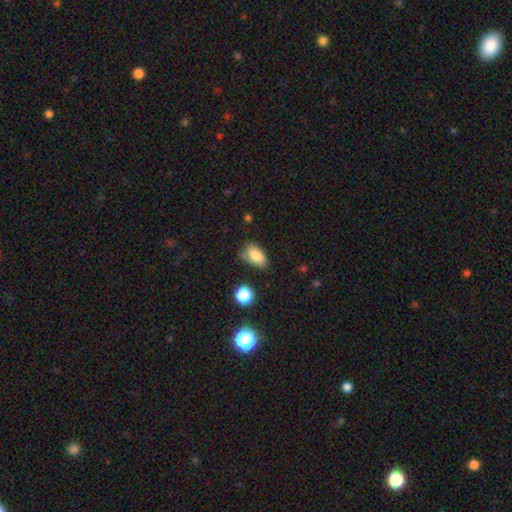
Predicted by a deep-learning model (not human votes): Morphology: type=smooth (82%); roundness=in between (91%); merging=none (60%).